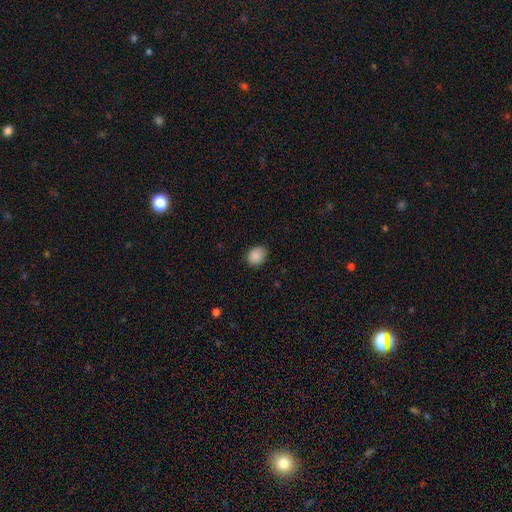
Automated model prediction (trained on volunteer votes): This appears to be a smooth galaxy with no disk features (88%) that is round (53%). Merging: none (84%).